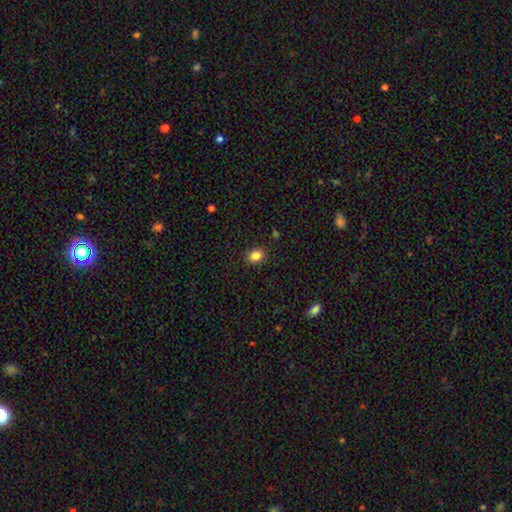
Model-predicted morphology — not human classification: The model was most divided on "how rounded": round: 61%, in between: 38%, cigar-shaped: 1%. More confident: merging — none (89%); smooth or featured — smooth (85%).